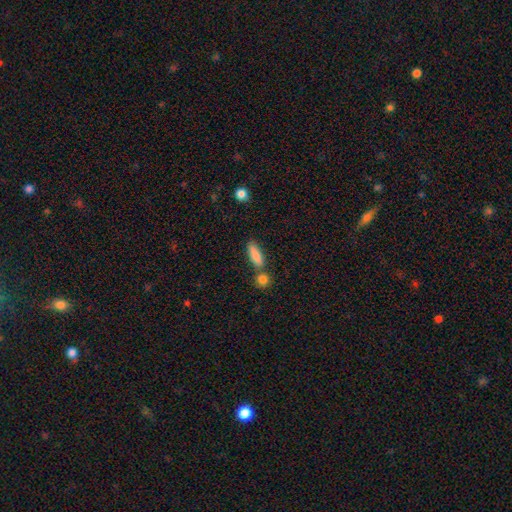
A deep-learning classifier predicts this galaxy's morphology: Smooth or featured? smooth (84%)
How rounded? cigar-shaped (52%)
Merging? none (60%)